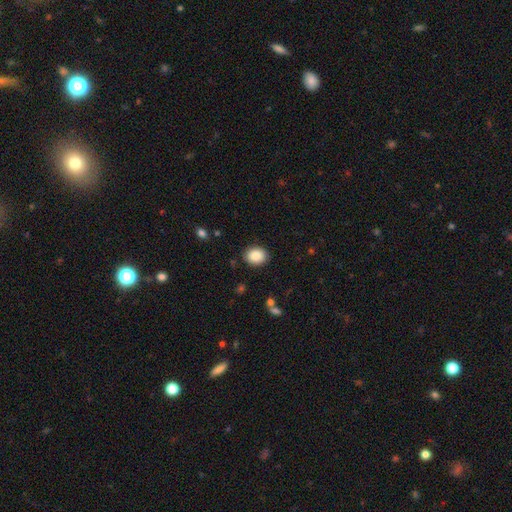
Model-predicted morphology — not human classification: smooth 88%, star or artifact 8%, featured or disk 4%. Down the decision tree: how rounded — in between (54%); merging — none (88%).